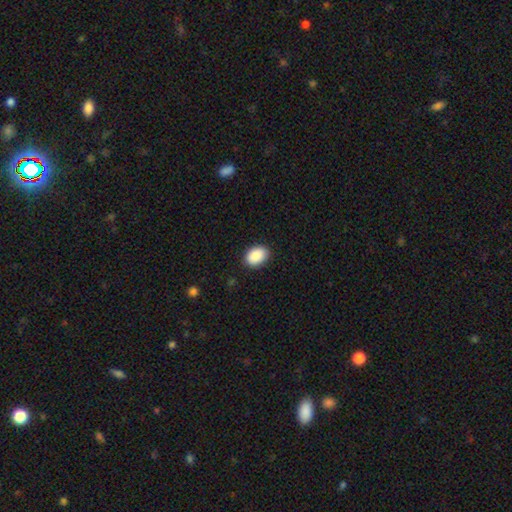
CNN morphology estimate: smooth 90%, star or artifact 7%, featured or disk 3%. Down the decision tree: how rounded — in between (83%); merging — none (88%).